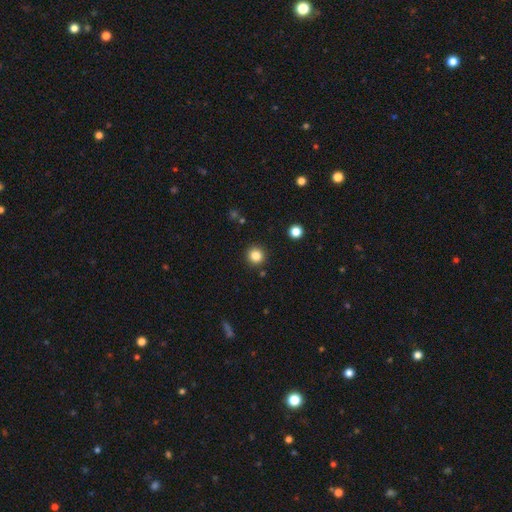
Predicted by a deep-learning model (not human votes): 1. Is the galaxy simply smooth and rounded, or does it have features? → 84% smooth, 12% star or artifact, 5% featured or disk.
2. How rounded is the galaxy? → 94% round, 5% in between, 1% cigar-shaped.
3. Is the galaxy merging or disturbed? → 91% none, 5% minor disturbance, 2% merger, 2% major disturbance.